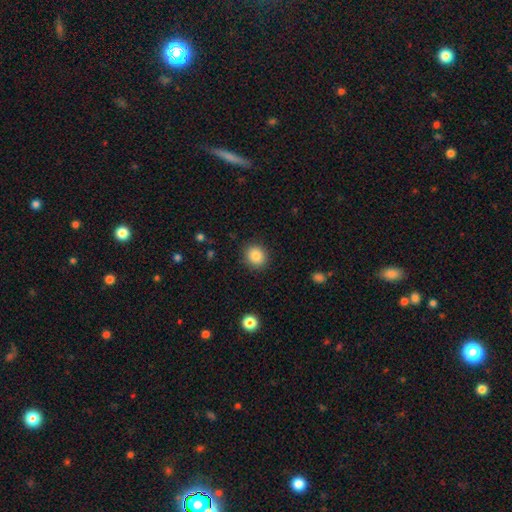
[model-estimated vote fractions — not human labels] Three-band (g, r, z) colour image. It shows a smooth galaxy with no disk features (85%) that is round (79%). Merging: none (90%).